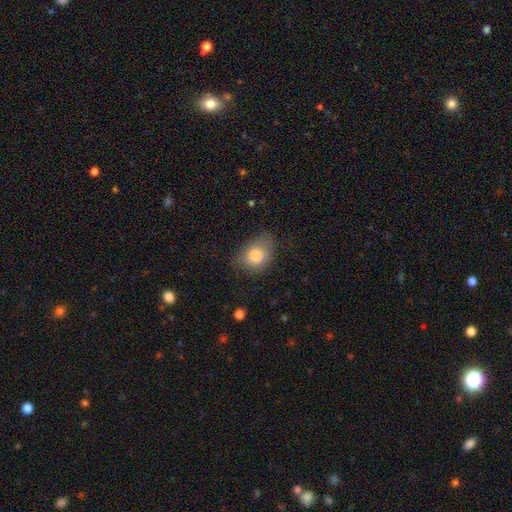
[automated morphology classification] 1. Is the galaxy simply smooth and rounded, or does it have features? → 80% smooth, 11% featured or disk, 8% star or artifact.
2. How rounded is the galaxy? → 64% in between, 35% round, 1% cigar-shaped.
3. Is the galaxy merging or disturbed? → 65% none, 26% minor disturbance, 8% major disturbance, 1% merger.